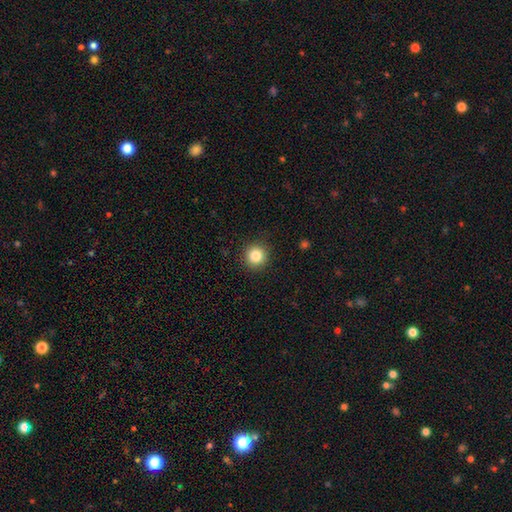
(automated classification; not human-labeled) Smooth or featured?
  - smooth: 84% *
  - star or artifact: 11%
  - featured or disk: 5%
How rounded?
  - round: 94% *
  - in between: 5%
  - cigar-shaped: 1%
Merging?
  - none: 92% *
  - minor disturbance: 6%
  - major disturbance: 2%
  - merger: 1%